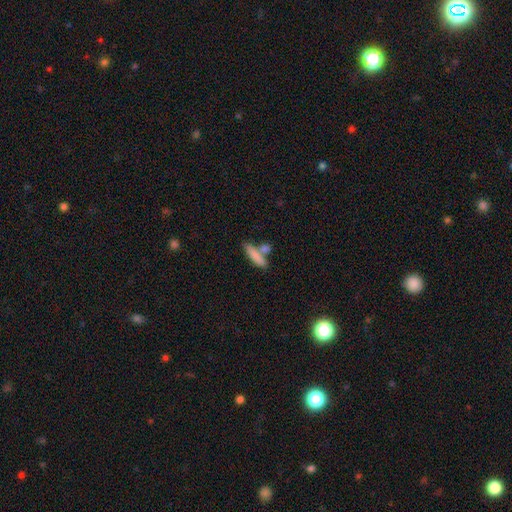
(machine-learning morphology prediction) A smooth galaxy with no disk features (80%) that is cigar-shaped (73%). Merging: none (57%).